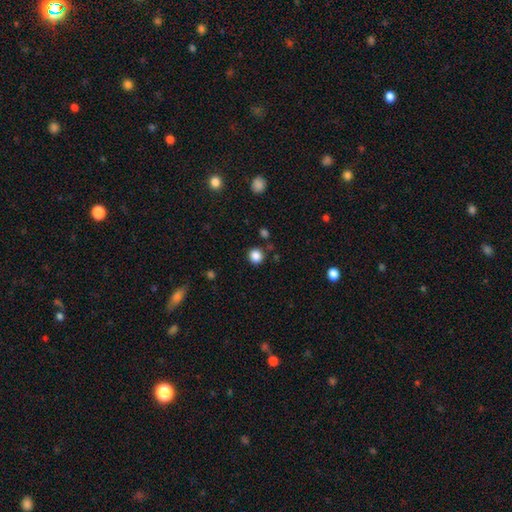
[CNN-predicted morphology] smooth-or-featured: smooth: 85% | star or artifact: 11% | featured or disk: 4%
  how-rounded: round: 91% | in between: 8% | cigar-shaped: 1%
  merging: none: 87% | minor disturbance: 7% | merger: 3% | major disturbance: 2%